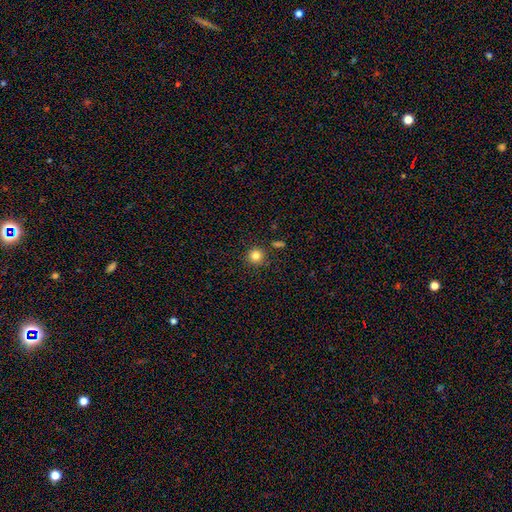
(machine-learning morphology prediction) A smooth galaxy with no disk features (82%) that is round (94%).

Vote fractions:
- Smooth or featured? smooth: 82% / star or artifact: 12% / featured or disk: 6%
- How rounded? round: 94% / in between: 5% / cigar-shaped: 1%
- Merging? none: 88% / minor disturbance: 7% / merger: 3% / major disturbance: 2%